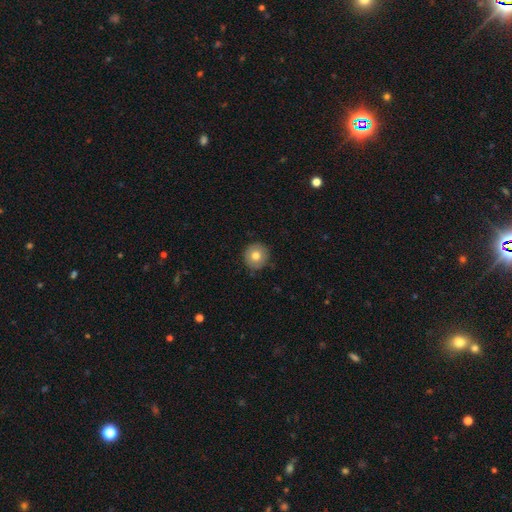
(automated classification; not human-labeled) smooth 78%, featured or disk 13%, star or artifact 9%. Down the decision tree: how rounded — round (94%); merging — none (87%).